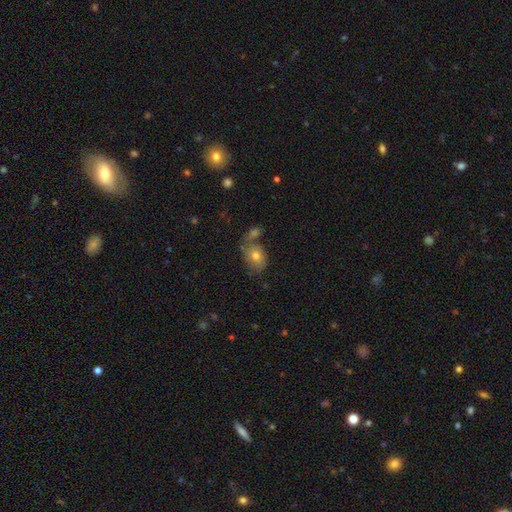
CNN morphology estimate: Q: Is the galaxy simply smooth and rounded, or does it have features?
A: smooth — 70%.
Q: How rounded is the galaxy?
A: in between — 66%.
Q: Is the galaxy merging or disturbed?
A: none — 50%.